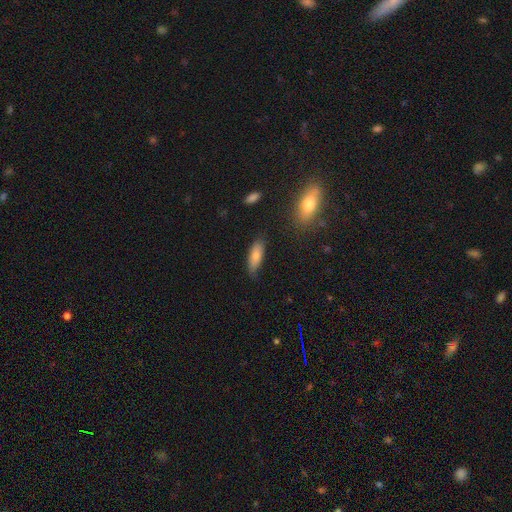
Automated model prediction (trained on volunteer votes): A smooth galaxy with no disk features (81%) that is in between round and cigar-shaped (64%). Merging: none (75%).